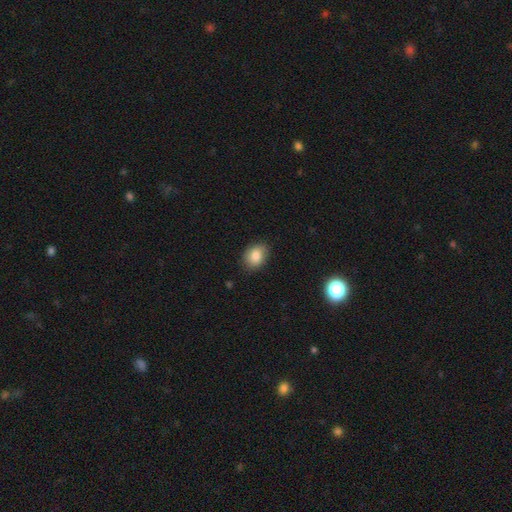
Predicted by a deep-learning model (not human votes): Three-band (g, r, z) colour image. It shows a smooth galaxy with no disk features (83%) that is in between round and cigar-shaped (63%). Merging: none (81%).